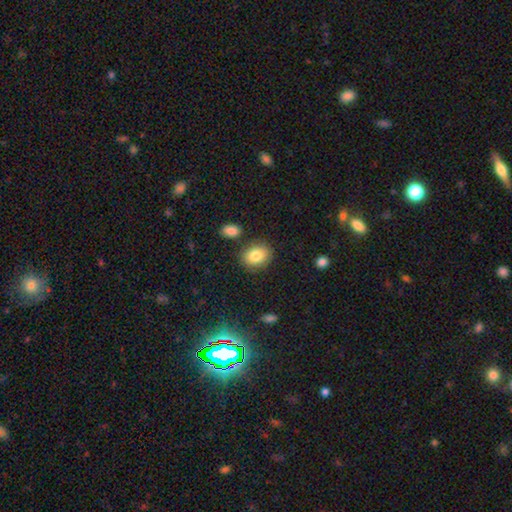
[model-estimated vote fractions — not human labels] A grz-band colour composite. It shows a smooth galaxy with no disk features (82%) that is in between round and cigar-shaped (58%). Merging: none (81%).